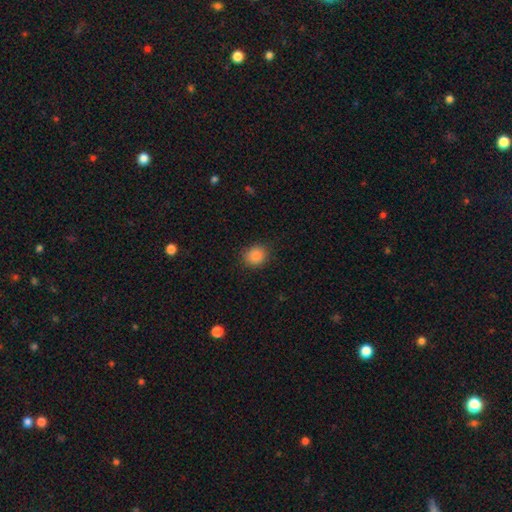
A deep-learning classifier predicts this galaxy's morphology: Q: Smooth or featured?
A: smooth (87%); runner-up: star or artifact (10%)
Q: How rounded?
A: round (74%); runner-up: in between (25%)
Q: Merging?
A: none (86%); runner-up: minor disturbance (10%)